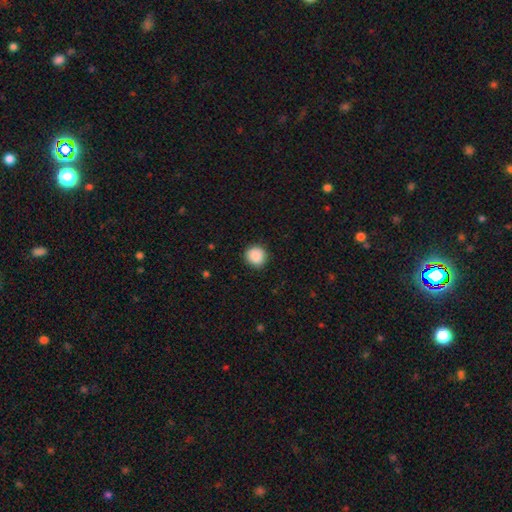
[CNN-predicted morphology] Q: Smooth or featured?
A: smooth (89%); runner-up: star or artifact (8%)
Q: How rounded?
A: round (91%); runner-up: in between (8%)
Q: Merging?
A: none (90%); runner-up: minor disturbance (7%)